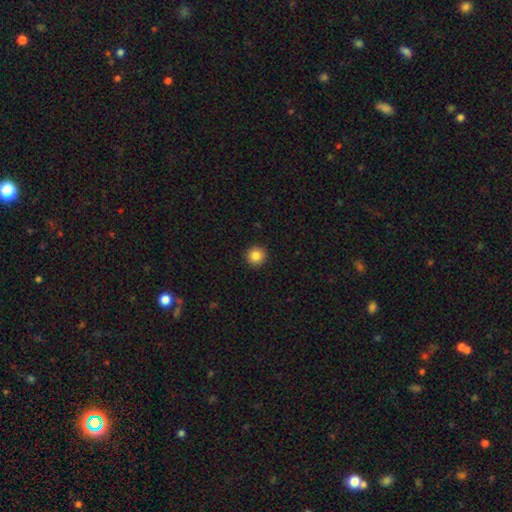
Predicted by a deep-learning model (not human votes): smooth_or_featured: smooth (p=0.85) [alt: star or artifact p=0.10]
how_rounded: round (p=0.95) [alt: in between p=0.04]
merging: none (p=0.93) [alt: minor disturbance p=0.05]